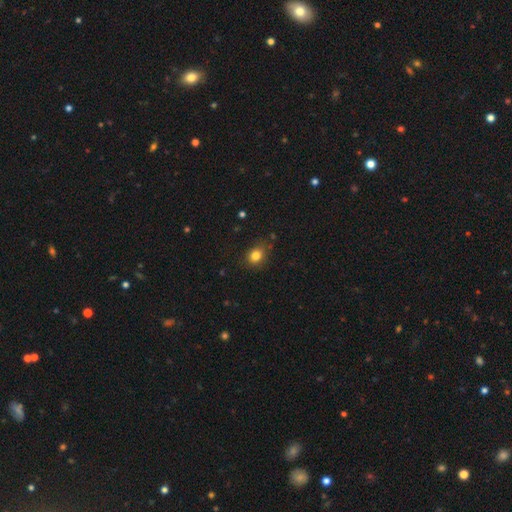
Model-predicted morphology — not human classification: Q: Smooth or featured?
A: smooth (82%); runner-up: star or artifact (12%)
Q: How rounded?
A: round (56%); runner-up: in between (43%)
Q: Merging?
A: none (79%); runner-up: minor disturbance (16%)